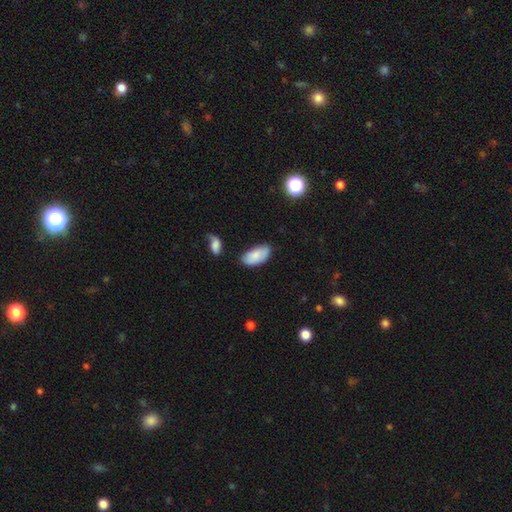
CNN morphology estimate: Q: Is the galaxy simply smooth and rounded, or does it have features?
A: smooth — 82%.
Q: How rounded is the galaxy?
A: in between — 94%.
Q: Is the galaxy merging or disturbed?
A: none — 65%.